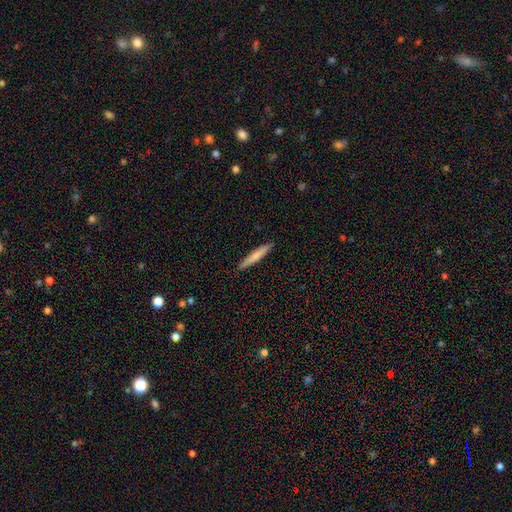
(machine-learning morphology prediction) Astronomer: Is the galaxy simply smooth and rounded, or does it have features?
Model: smooth — 73%.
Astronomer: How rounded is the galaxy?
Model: cigar-shaped — 95%.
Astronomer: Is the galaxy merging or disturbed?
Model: none — 92%.